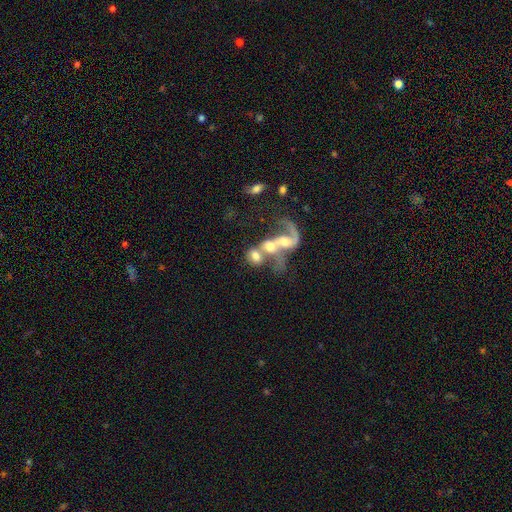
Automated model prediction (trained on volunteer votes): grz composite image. It shows a featured or disk galaxy (49%). Merging: merger (75%).